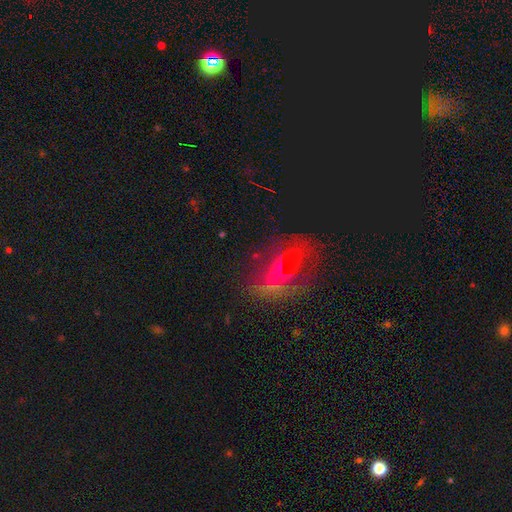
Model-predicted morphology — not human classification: Q: Smooth or featured?
A: featured or disk (41%); runner-up: star or artifact (31%)
Q: Merging?
A: none (67%); runner-up: minor disturbance (17%)